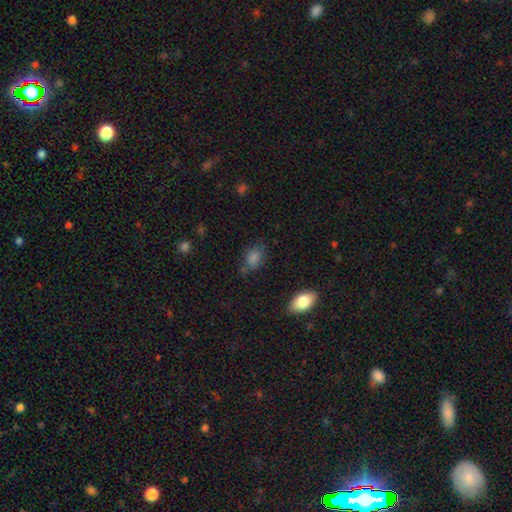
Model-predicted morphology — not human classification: Smooth or featured?
  - smooth: 75% *
  - star or artifact: 15%
  - featured or disk: 10%
How rounded?
  - in between: 78% *
  - round: 19%
  - cigar-shaped: 2%
Merging?
  - none: 70% *
  - minor disturbance: 20%
  - major disturbance: 6%
  - merger: 4%